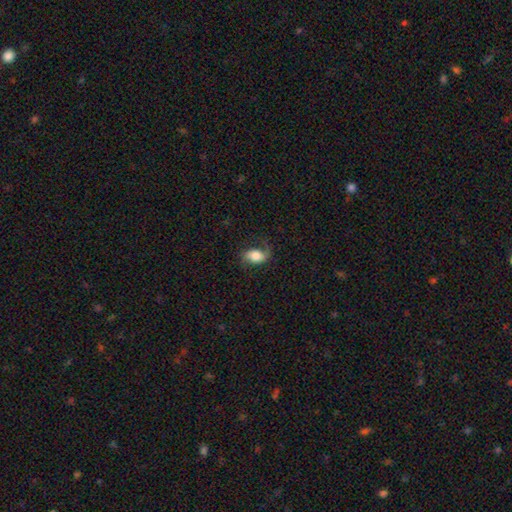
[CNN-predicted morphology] Smooth or featured? smooth (47%)
Merging? none (63%)